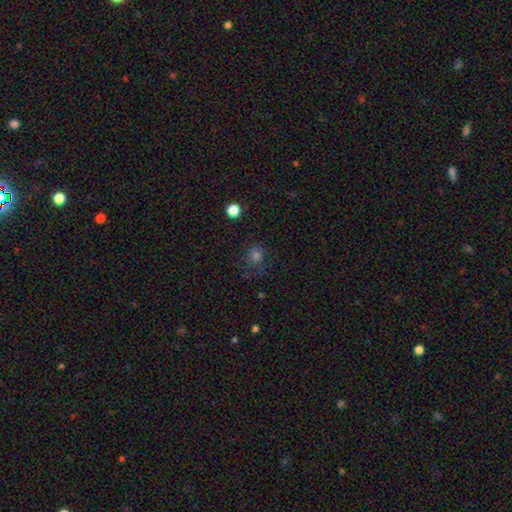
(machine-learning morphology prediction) Smooth or featured?
  - smooth: 65% *
  - star or artifact: 24%
  - featured or disk: 11%
How rounded?
  - round: 77% *
  - in between: 22%
  - cigar-shaped: 1%
Merging?
  - none: 65% *
  - minor disturbance: 19%
  - major disturbance: 14%
  - merger: 2%